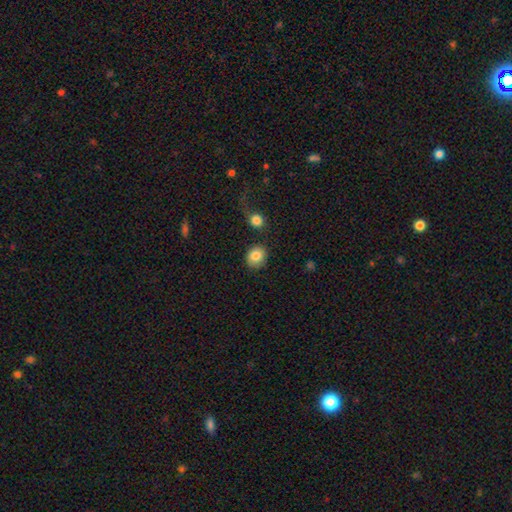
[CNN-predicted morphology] smooth_or_featured: smooth (p=0.85) [alt: star or artifact p=0.09]
how_rounded: round (p=0.65) [alt: in between p=0.34]
merging: none (p=0.80) [alt: minor disturbance p=0.11]